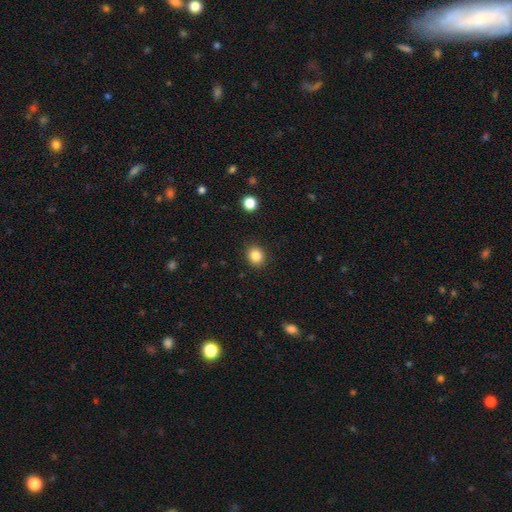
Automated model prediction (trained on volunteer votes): This appears to be a smooth galaxy with no disk features (84%) that is round (74%). Merging: none (91%).